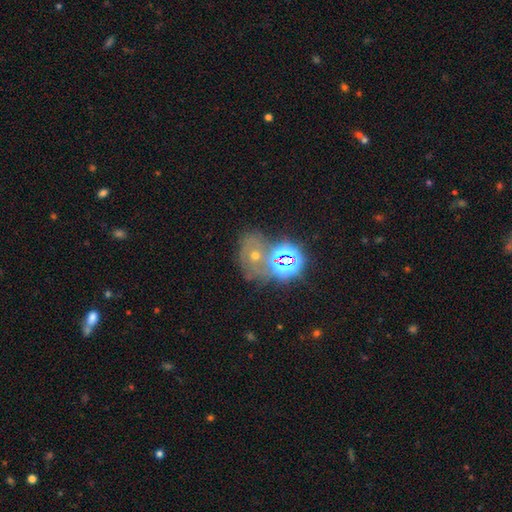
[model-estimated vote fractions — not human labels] Q: Smooth or featured?
A: star or artifact (48%); runner-up: featured or disk (28%)